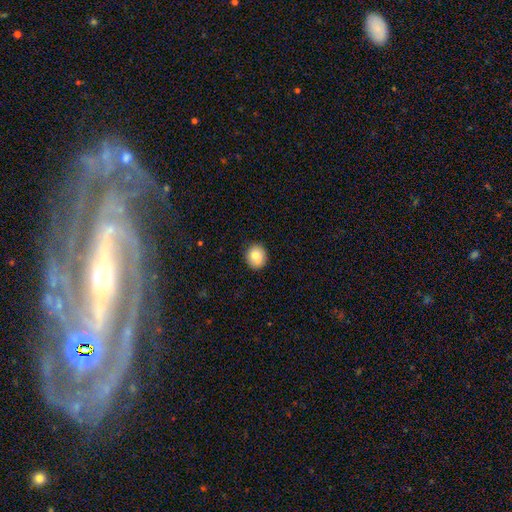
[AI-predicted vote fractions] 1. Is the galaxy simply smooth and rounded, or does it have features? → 78% smooth, 13% featured or disk, 9% star or artifact.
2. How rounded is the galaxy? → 82% round, 17% in between, 1% cigar-shaped.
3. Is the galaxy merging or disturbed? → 87% none, 10% minor disturbance, 2% major disturbance, 2% merger.